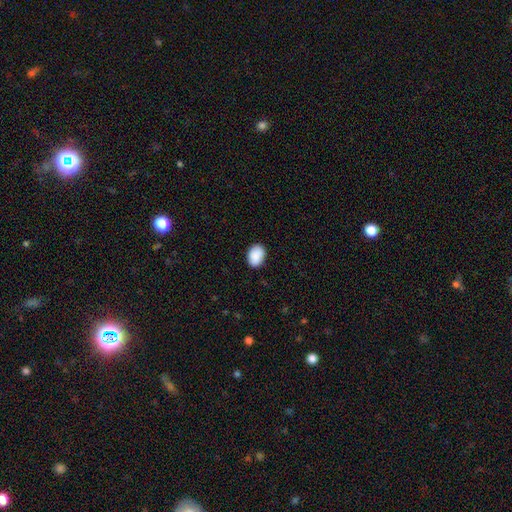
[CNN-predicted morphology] Overall: smooth (90%). How rounded: in between (73%). Merging: none (84%).